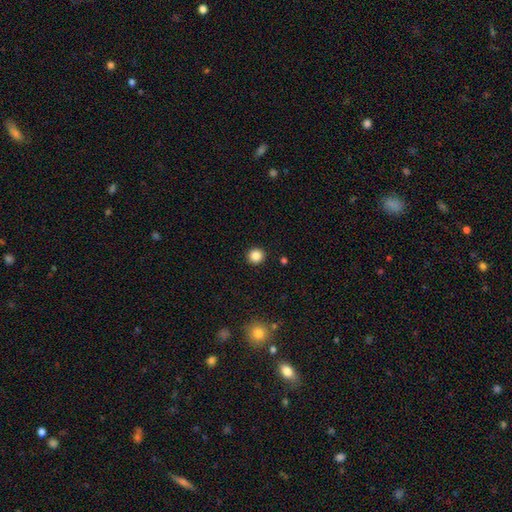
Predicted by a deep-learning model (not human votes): Q: Smooth or featured?
A: smooth (86%); runner-up: star or artifact (11%)
Q: How rounded?
A: round (93%); runner-up: in between (6%)
Q: Merging?
A: none (92%); runner-up: minor disturbance (5%)